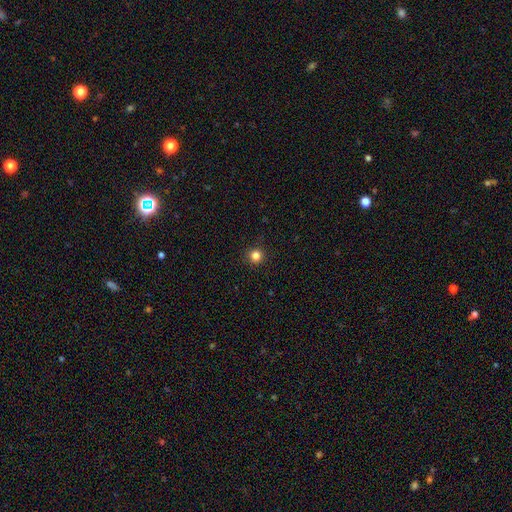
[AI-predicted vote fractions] A smooth galaxy with no disk features (83%) that is round (96%).

Vote fractions:
- Smooth or featured? smooth: 83% / star or artifact: 13% / featured or disk: 4%
- How rounded? round: 96% / in between: 3% / cigar-shaped: 1%
- Merging? none: 93% / minor disturbance: 5% / major disturbance: 2% / merger: 1%